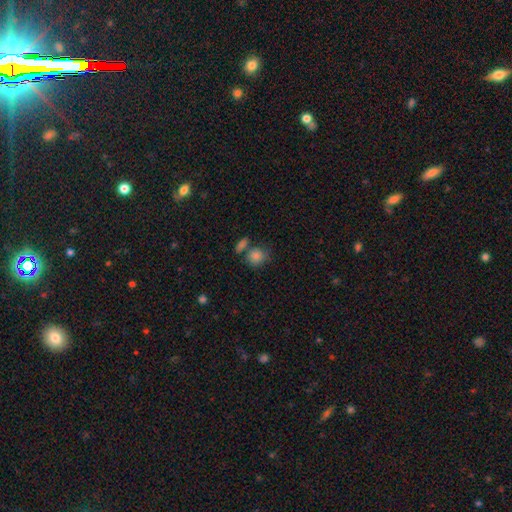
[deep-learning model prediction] smooth 82%, star or artifact 11%, featured or disk 7%. Down the decision tree: how rounded — round (78%); merging — none (59%).